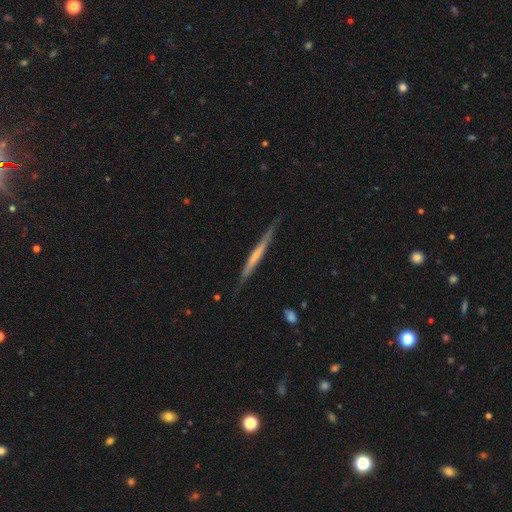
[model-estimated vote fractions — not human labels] smooth_or_featured: featured or disk (p=0.56) [alt: smooth p=0.38]
disk_edge_on: yes (p=0.96) [alt: no p=0.04]
edge_on_bulge: none (p=0.75) [alt: rounded p=0.16]
merging: none (p=0.83) [alt: minor disturbance p=0.13]